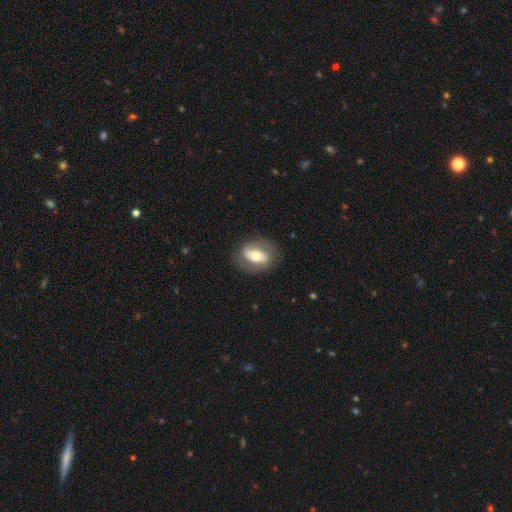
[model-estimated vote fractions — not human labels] Smooth or featured: featured or disk — 64% (smooth — 30%)
Edge-on disk: no — 93% (yes — 7%)
Bar: strong — 43% (weak — 29%)
Spiral arms: yes — 71% (no — 29%)
Bulge size: moderate — 67% (small — 17%)
Merging: none — 79% (minor disturbance — 13%)